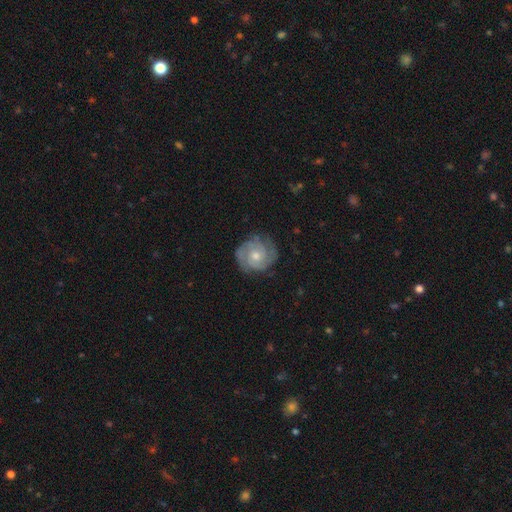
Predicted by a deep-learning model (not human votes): Smooth or featured? featured or disk (79%)
Edge-on disk? no (98%)
Bar? no (77%)
Spiral arms? yes (94%)
Spiral winding? tight (65%)
Spiral arm count? 2 (39%)
Bulge size? moderate (60%)
Merging? none (76%)